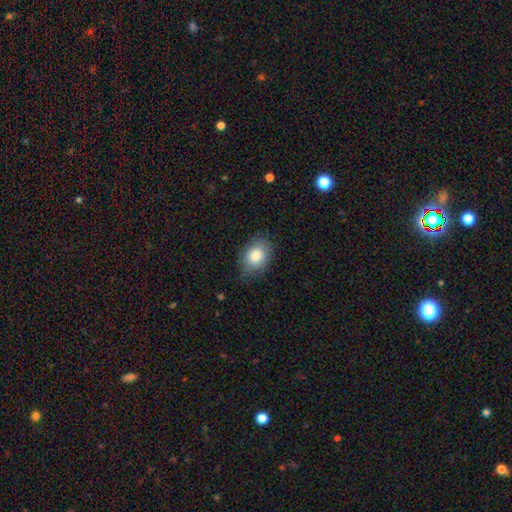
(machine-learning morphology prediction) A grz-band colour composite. It shows a smooth galaxy with no disk features (82%) that is in between round and cigar-shaped (66%). Merging: none (76%).